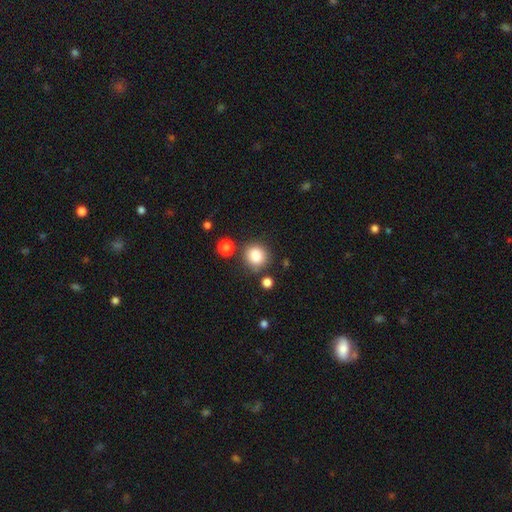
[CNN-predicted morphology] smooth-or-featured: smooth: 85% | star or artifact: 10% | featured or disk: 5%
  how-rounded: round: 85% | in between: 14% | cigar-shaped: 1%
  merging: none: 74% | minor disturbance: 14% | merger: 7% | major disturbance: 5%